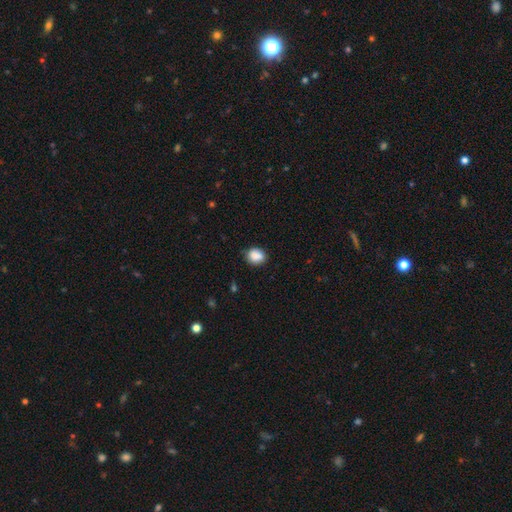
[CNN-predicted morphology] Overall: smooth (87%). How rounded: round (56%; in between 43%). Merging: none (81%).